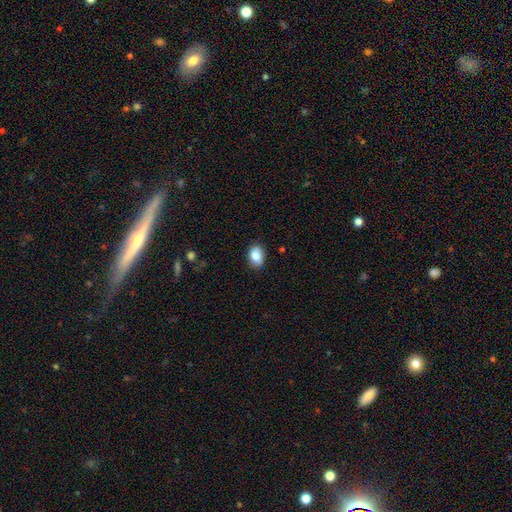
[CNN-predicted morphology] type=smooth (86%); roundness=in between (84%); merging=none (81%).